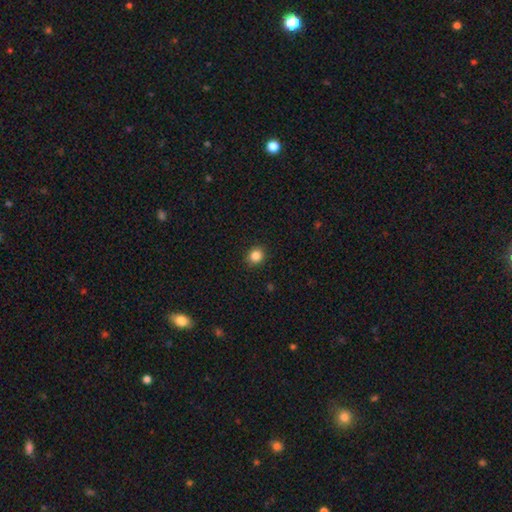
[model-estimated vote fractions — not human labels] smooth 86%, star or artifact 11%, featured or disk 4%. Down the decision tree: how rounded — round (80%); merging — none (91%).